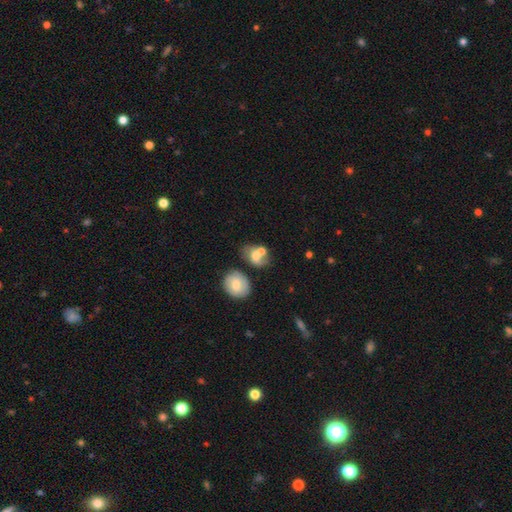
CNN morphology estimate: Smooth or featured? smooth (64%)
How rounded? in between (63%)
Merging? merger (43%)